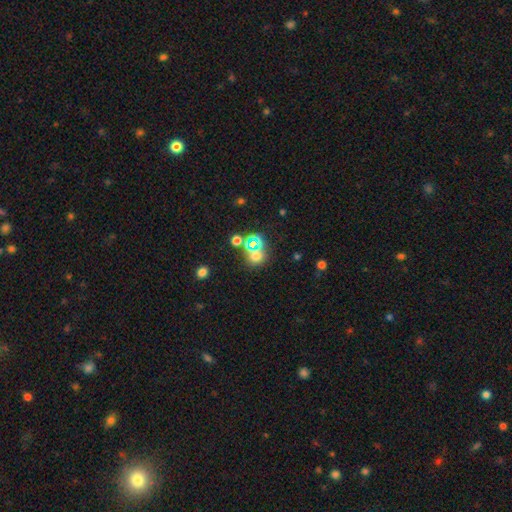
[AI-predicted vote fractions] Smooth or featured?
  - smooth: 53% *
  - star or artifact: 37%
  - featured or disk: 11%
How rounded?
  - round: 77% *
  - in between: 21%
  - cigar-shaped: 1%
Merging?
  - none: 60% *
  - merger: 25%
  - minor disturbance: 9%
  - major disturbance: 6%